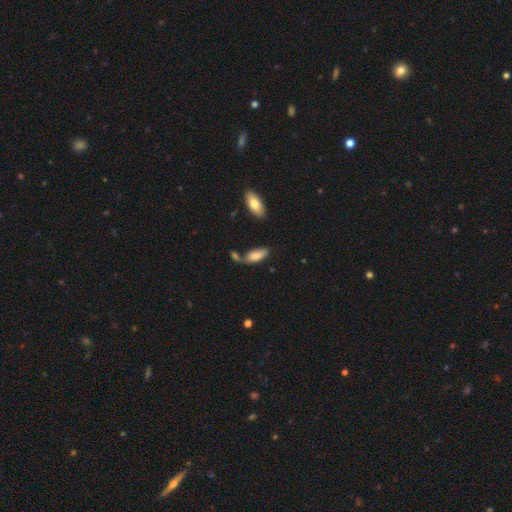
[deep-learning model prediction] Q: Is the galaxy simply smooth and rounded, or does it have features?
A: smooth — 79%.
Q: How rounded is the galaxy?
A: in between — 82%.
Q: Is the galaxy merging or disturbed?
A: none — 48%.